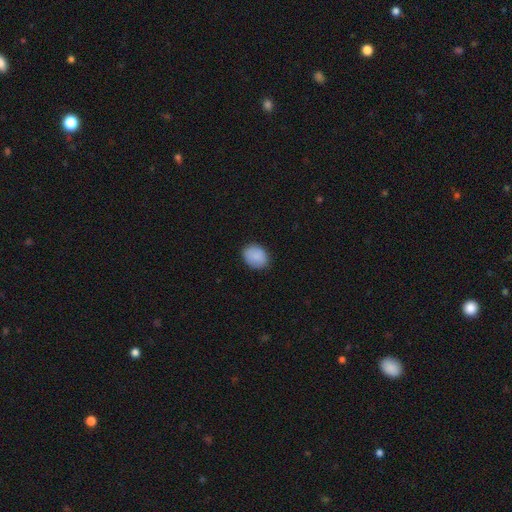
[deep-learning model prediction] smooth 88%, star or artifact 7%, featured or disk 5%. Down the decision tree: how rounded — in between (53%); merging — none (85%).